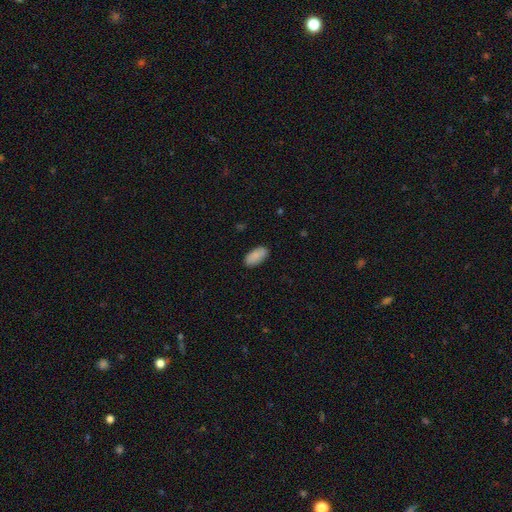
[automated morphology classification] The model was most divided on "merging": none: 88%, minor disturbance: 9%, major disturbance: 2%, merger: 1%. More confident: how rounded — in between (94%); smooth or featured — smooth (89%).